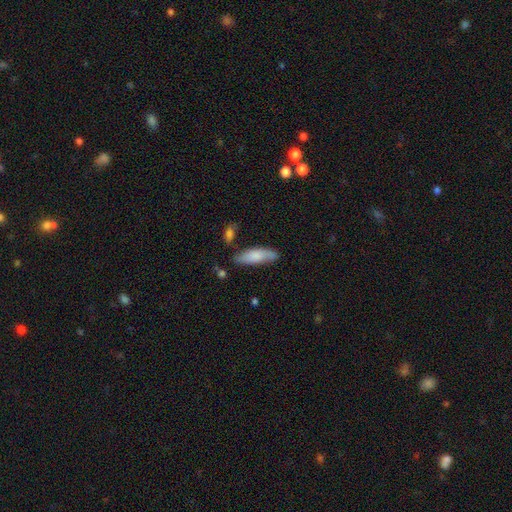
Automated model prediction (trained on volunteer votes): smooth-or-featured: smooth: 75% | featured or disk: 19% | star or artifact: 6%
  how-rounded: in between: 52% | cigar-shaped: 47% | round: 2%
  merging: none: 71% | minor disturbance: 20% | merger: 5% | major disturbance: 4%